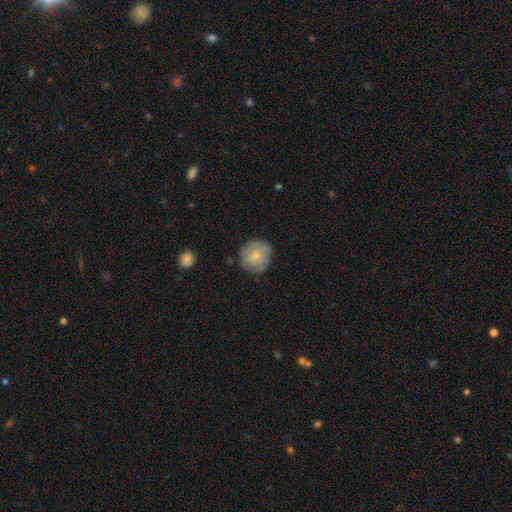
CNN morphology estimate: A smooth galaxy with no disk features (74%) that is round (90%). Merging: none (74%).